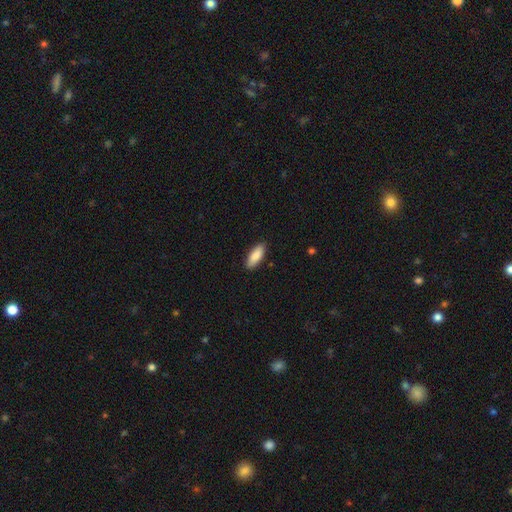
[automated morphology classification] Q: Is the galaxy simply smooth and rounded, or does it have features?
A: smooth — 85%.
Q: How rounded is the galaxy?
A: in between — 68%.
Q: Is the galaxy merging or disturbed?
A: none — 88%.